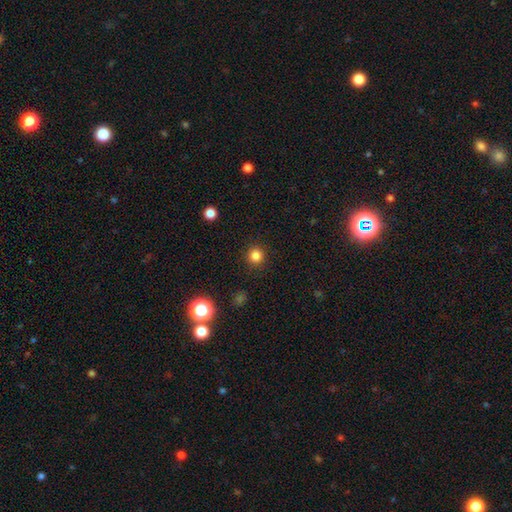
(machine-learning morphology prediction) Overall: smooth (83%). How rounded: round (94%). Merging: none (91%).